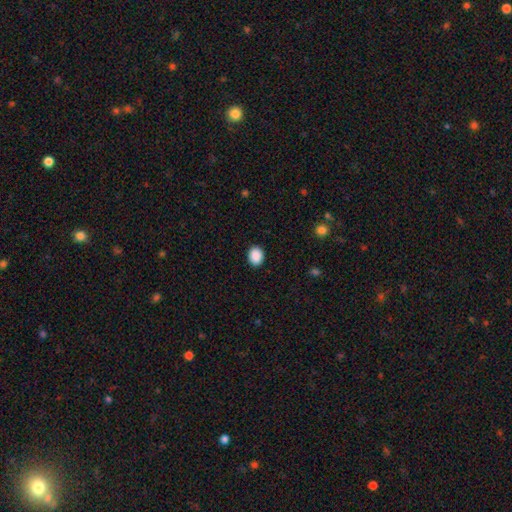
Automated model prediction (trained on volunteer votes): A smooth galaxy with no disk features (90%) that is round (54%).

Vote fractions:
- Smooth or featured? smooth: 90% / star or artifact: 8% / featured or disk: 2%
- How rounded? round: 54% / in between: 45% / cigar-shaped: 1%
- Merging? none: 90% / minor disturbance: 7% / major disturbance: 2% / merger: 1%